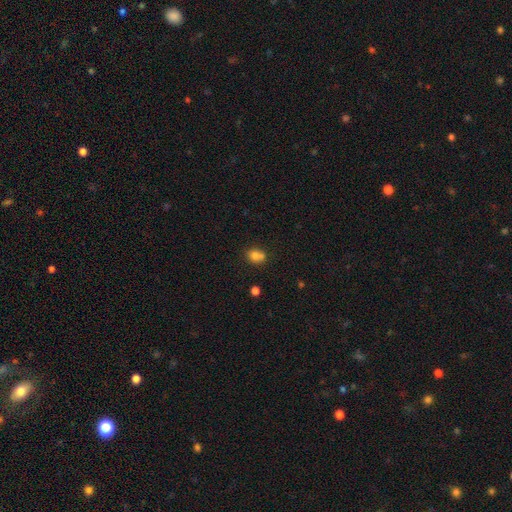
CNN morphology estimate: type=smooth (79%); roundness=round (52%); merging=none (53%).